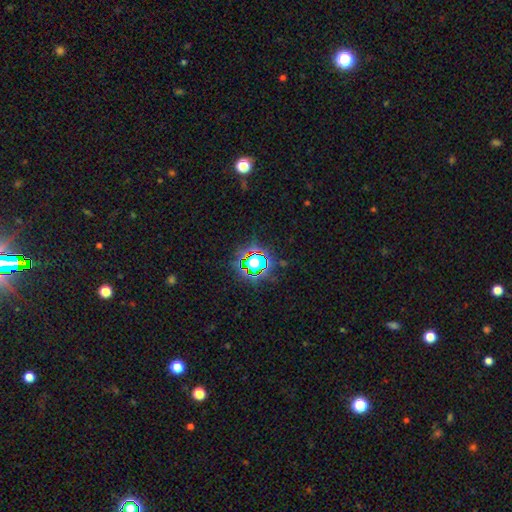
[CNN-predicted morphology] Smooth or featured: star or artifact — 67% (smooth — 22%)